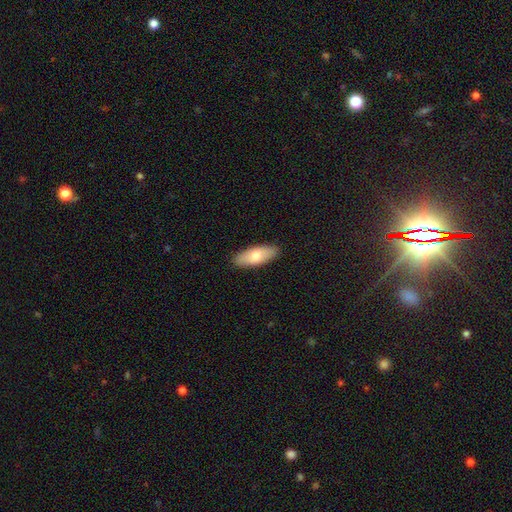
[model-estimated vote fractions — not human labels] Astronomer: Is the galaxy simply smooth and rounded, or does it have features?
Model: smooth — 75%.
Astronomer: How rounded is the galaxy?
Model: in between — 76%.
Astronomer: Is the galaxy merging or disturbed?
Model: none — 89%.